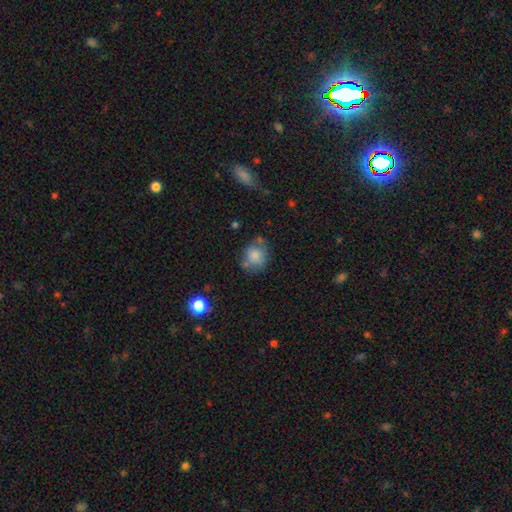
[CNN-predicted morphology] smooth 80%, featured or disk 10%, star or artifact 9%. Down the decision tree: how rounded — round (72%); merging — none (62%).